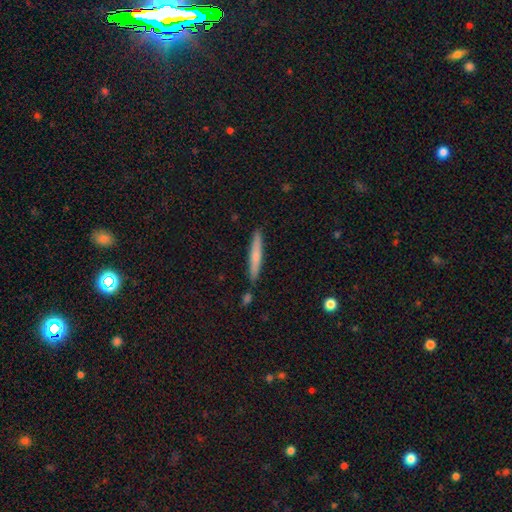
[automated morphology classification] smooth_or_featured: smooth (p=0.57) [alt: featured or disk p=0.37]
how_rounded: cigar-shaped (p=0.94) [alt: in between p=0.05]
merging: none (p=0.87) [alt: minor disturbance p=0.09]